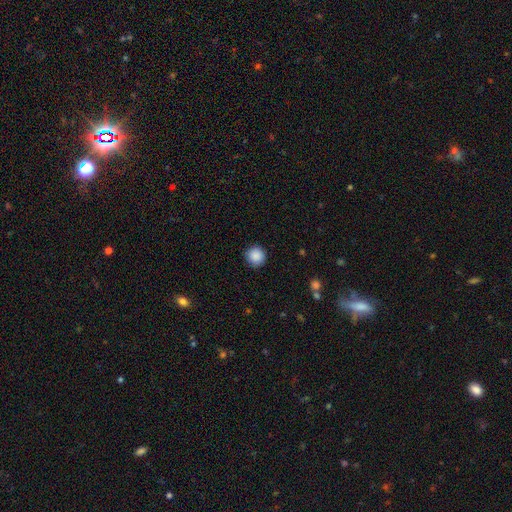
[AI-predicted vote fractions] Morphology: type=smooth (88%); roundness=round (95%); merging=none (89%).